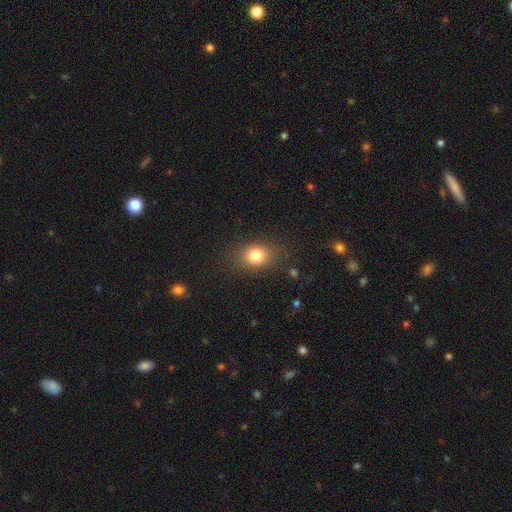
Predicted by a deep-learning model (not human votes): A smooth galaxy with no disk features (81%) that is in between round and cigar-shaped (56%).

Vote fractions:
- Smooth or featured? smooth: 81% / star or artifact: 11% / featured or disk: 8%
- How rounded? in between: 56% / round: 43% / cigar-shaped: 1%
- Merging? none: 81% / minor disturbance: 13% / major disturbance: 5% / merger: 2%